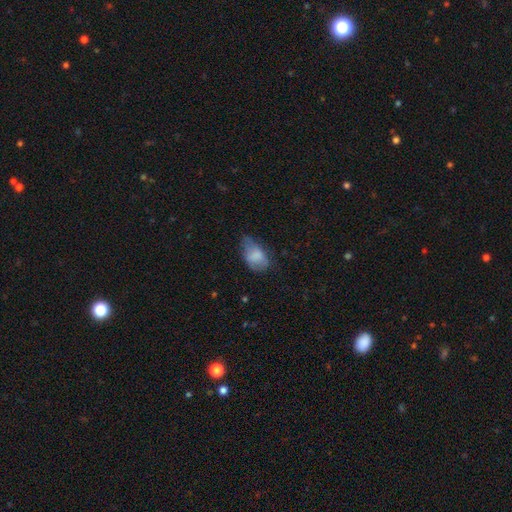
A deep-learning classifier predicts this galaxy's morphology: This appears to be a smooth galaxy with no disk features (73%) that is in between round and cigar-shaped (88%). Merging: minor disturbance (40%).